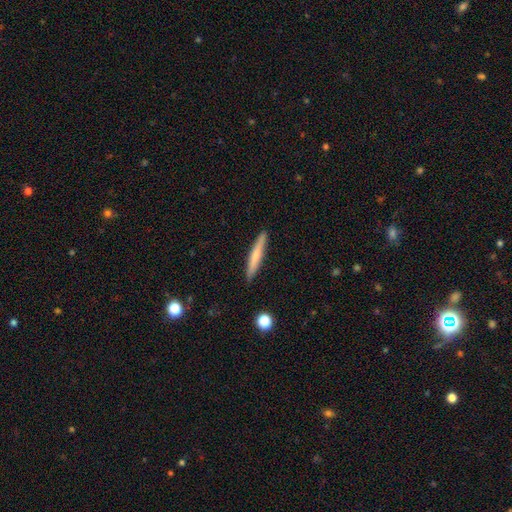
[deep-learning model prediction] smooth-or-featured: smooth: 66% | featured or disk: 28% | star or artifact: 6%
  how-rounded: cigar-shaped: 94% | in between: 4% | round: 1%
  merging: none: 90% | minor disturbance: 7% | major disturbance: 1% | merger: 1%